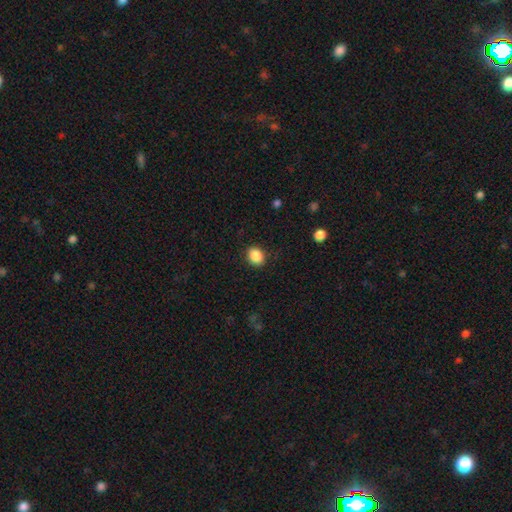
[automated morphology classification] Overall: smooth (88%). How rounded: in between (50%; round 49%). Merging: none (87%).